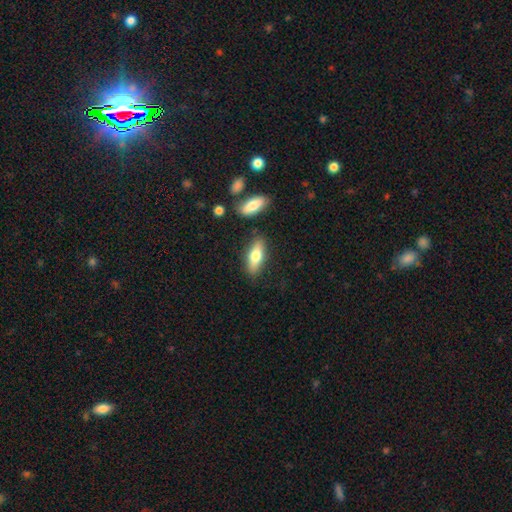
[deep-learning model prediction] This is likely a smooth galaxy (67%). How rounded: likely in between (64%). Merging: clearly none (81%).